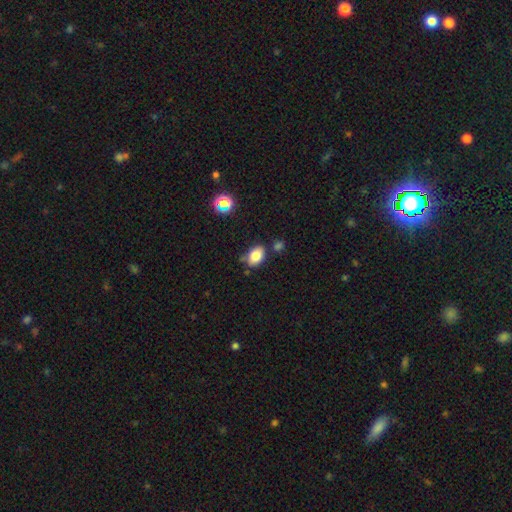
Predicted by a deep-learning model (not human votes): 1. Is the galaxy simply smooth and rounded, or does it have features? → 81% smooth, 10% star or artifact, 9% featured or disk.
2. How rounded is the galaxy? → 83% in between, 15% round, 1% cigar-shaped.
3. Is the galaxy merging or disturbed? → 69% none, 17% minor disturbance, 9% merger, 4% major disturbance.